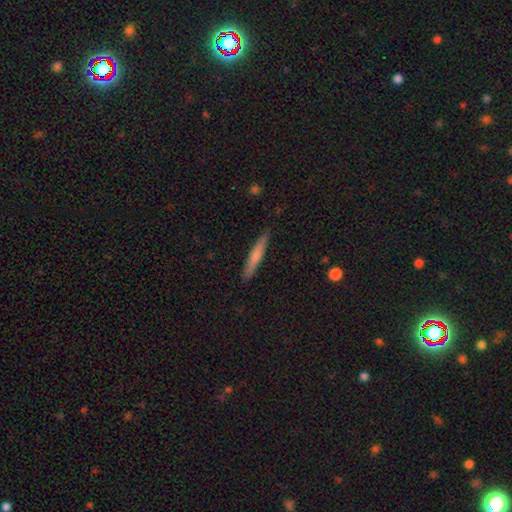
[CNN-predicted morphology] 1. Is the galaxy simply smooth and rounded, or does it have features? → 65% smooth, 29% featured or disk, 6% star or artifact.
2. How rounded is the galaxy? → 95% cigar-shaped, 4% in between, 1% round.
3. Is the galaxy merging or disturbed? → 88% none, 9% minor disturbance, 2% major disturbance, 1% merger.